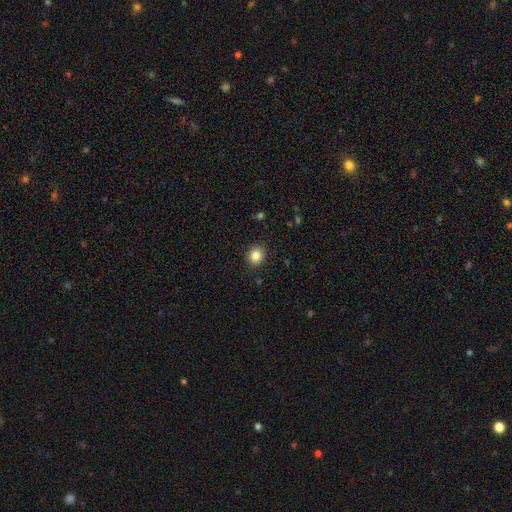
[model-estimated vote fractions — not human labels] Q: Smooth or featured?
A: smooth (83%); runner-up: star or artifact (11%)
Q: How rounded?
A: round (78%); runner-up: in between (21%)
Q: Merging?
A: none (90%); runner-up: minor disturbance (7%)